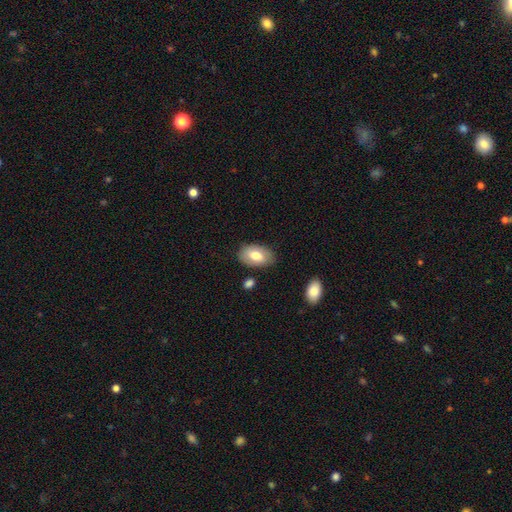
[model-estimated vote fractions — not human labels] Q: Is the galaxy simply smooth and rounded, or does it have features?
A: smooth — 72%.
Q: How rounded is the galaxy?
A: in between — 92%.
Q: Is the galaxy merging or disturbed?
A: none — 80%.